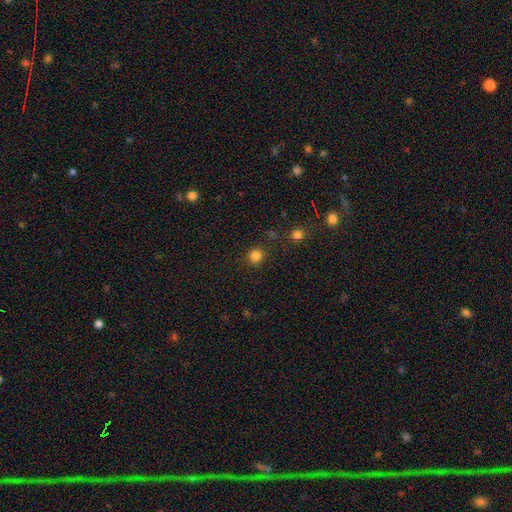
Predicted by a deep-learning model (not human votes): smooth-or-featured: smooth: 82% | star or artifact: 14% | featured or disk: 4%
  how-rounded: round: 90% | in between: 9% | cigar-shaped: 1%
  merging: none: 87% | minor disturbance: 7% | major disturbance: 3% | merger: 3%